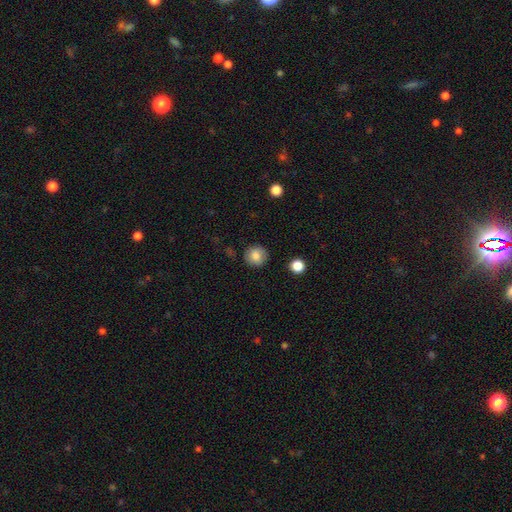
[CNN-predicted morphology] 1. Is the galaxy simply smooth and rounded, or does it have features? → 82% smooth, 9% star or artifact, 9% featured or disk.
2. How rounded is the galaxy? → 91% round, 8% in between, 1% cigar-shaped.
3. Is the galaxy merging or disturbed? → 88% none, 8% minor disturbance, 2% major disturbance, 2% merger.